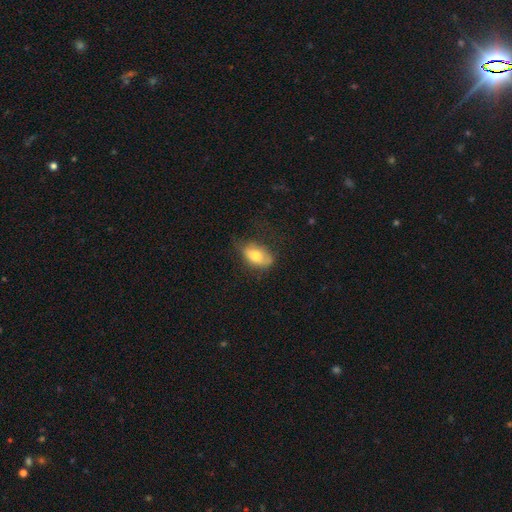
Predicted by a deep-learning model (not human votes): This is likely a smooth galaxy (73%). How rounded: clearly in between (89%). Merging: possibly none (57%).